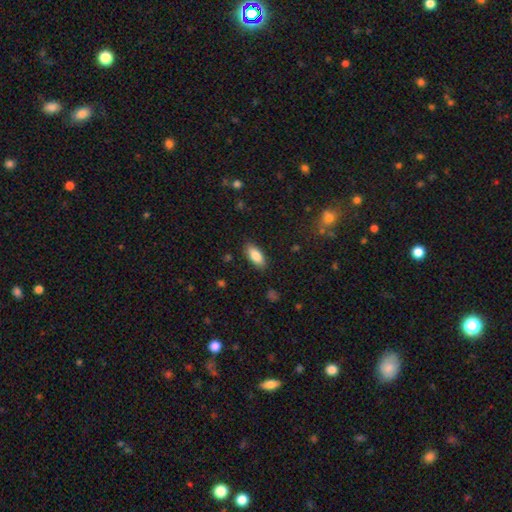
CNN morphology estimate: A smooth galaxy with no disk features (86%) that is in between round and cigar-shaped (86%). Merging: none (86%).